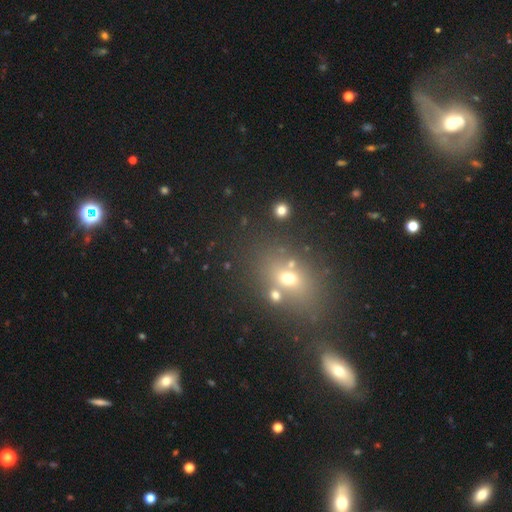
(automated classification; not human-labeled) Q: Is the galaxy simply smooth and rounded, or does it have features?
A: smooth — 44%.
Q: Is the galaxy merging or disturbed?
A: none — 62%.